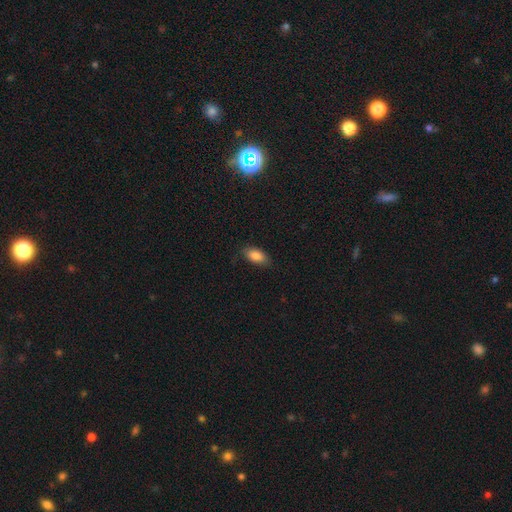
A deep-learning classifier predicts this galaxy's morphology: smooth-or-featured: smooth: 86% | star or artifact: 7% | featured or disk: 7%
  how-rounded: in between: 91% | cigar-shaped: 5% | round: 4%
  merging: none: 80% | minor disturbance: 15% | major disturbance: 3% | merger: 1%